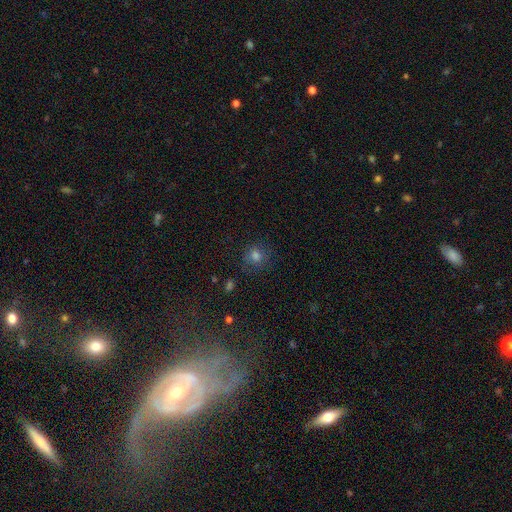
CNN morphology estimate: Smooth or featured? smooth (69%)
How rounded? round (88%)
Merging? none (82%)